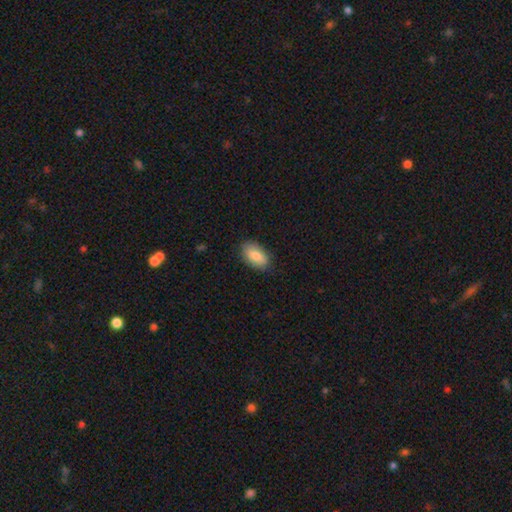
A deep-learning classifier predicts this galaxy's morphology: This appears to be a smooth galaxy with no disk features (84%) that is in between round and cigar-shaped (93%). Merging: none (84%).